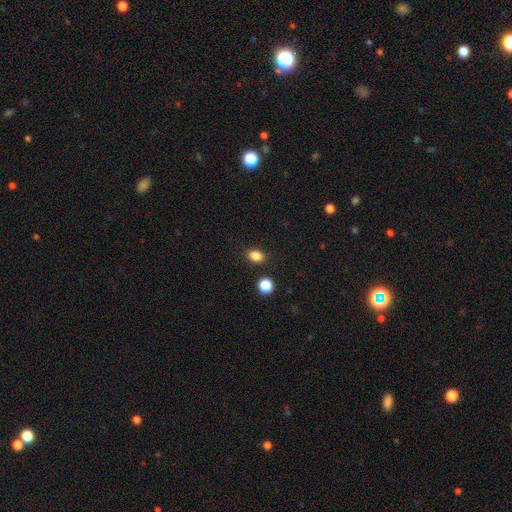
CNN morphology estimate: smooth-or-featured: smooth: 84% | star or artifact: 11% | featured or disk: 4%
  how-rounded: in between: 64% | round: 35% | cigar-shaped: 1%
  merging: none: 85% | minor disturbance: 9% | merger: 4% | major disturbance: 3%